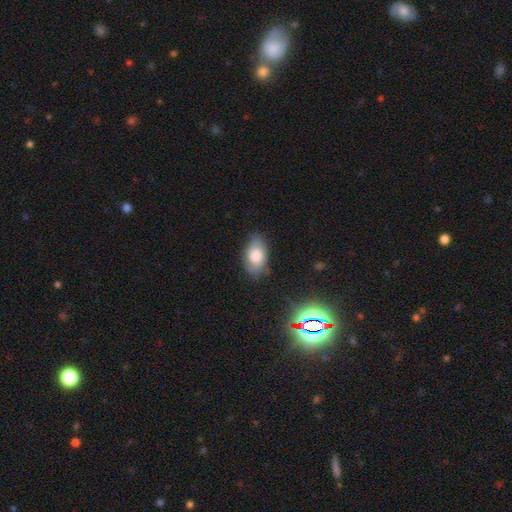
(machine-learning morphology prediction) Q: Smooth or featured?
A: smooth (63%); runner-up: featured or disk (28%)
Q: How rounded?
A: in between (91%); runner-up: round (7%)
Q: Merging?
A: none (72%); runner-up: minor disturbance (21%)